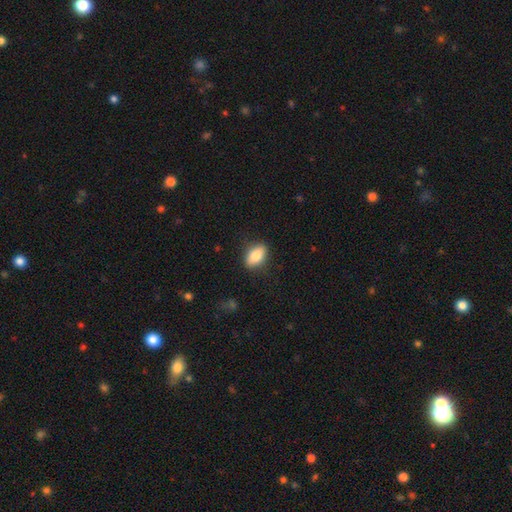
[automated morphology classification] smooth 78%, featured or disk 15%, star or artifact 7%. Down the decision tree: how rounded — in between (85%); merging — none (84%).